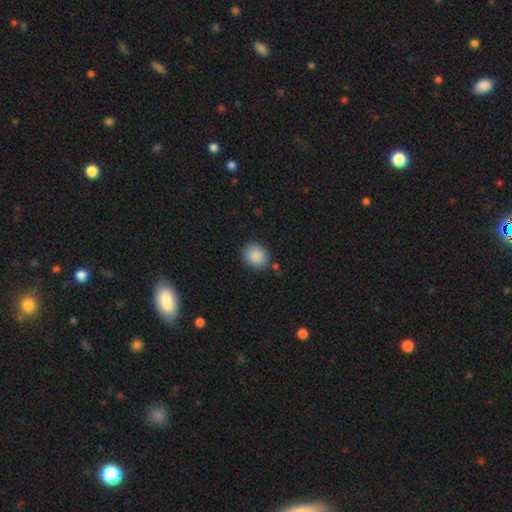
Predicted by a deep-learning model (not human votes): smooth 88%, star or artifact 8%, featured or disk 4%. Down the decision tree: how rounded — round (65%); merging — none (81%).